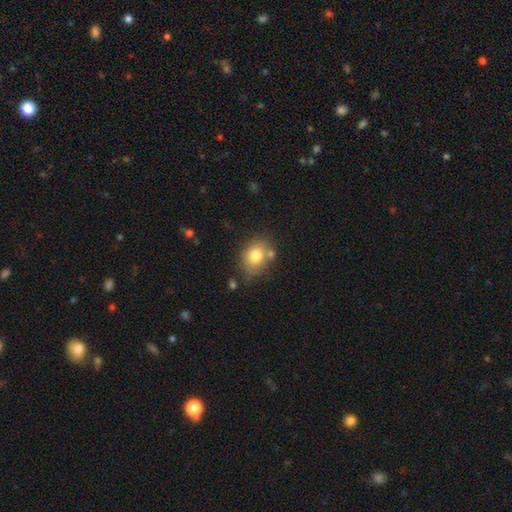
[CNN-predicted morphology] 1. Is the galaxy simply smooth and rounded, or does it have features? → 78% smooth, 13% featured or disk, 9% star or artifact.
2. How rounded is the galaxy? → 54% in between, 45% round, 1% cigar-shaped.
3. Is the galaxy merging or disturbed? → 67% none, 17% minor disturbance, 11% merger, 5% major disturbance.